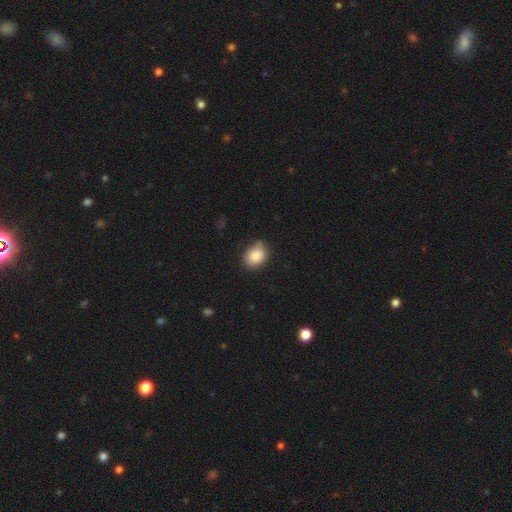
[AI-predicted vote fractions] The model was most divided on "how rounded": in between: 53%, round: 46%, cigar-shaped: 1%. More confident: smooth or featured — smooth (87%); merging — none (70%).